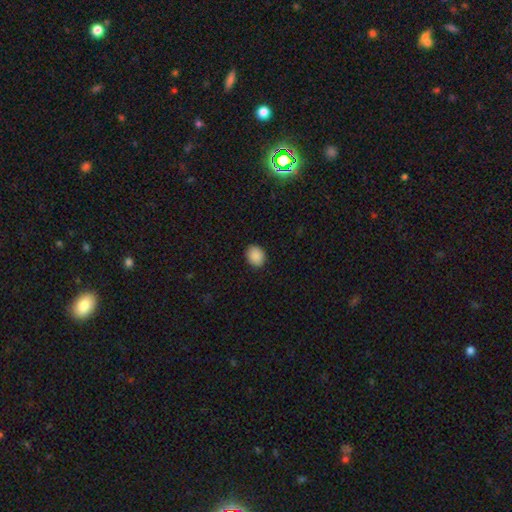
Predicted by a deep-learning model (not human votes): This appears to be a smooth galaxy with no disk features (90%) that is round (52%). Merging: none (90%).